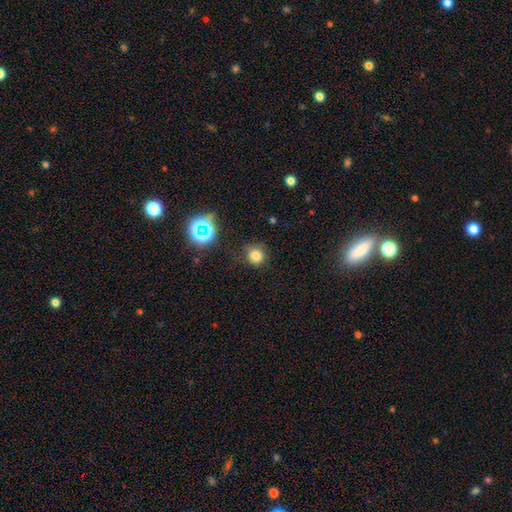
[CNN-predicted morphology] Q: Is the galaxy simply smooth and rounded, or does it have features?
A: smooth — 76%.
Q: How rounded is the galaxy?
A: round — 91%.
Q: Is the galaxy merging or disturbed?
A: none — 79%.